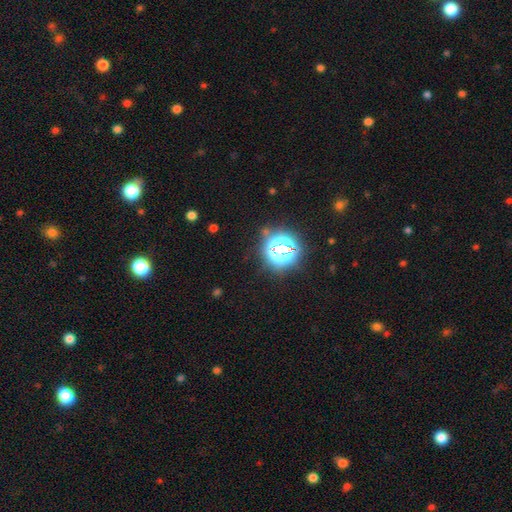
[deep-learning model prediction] A star or artifact, not a galaxy (80%).